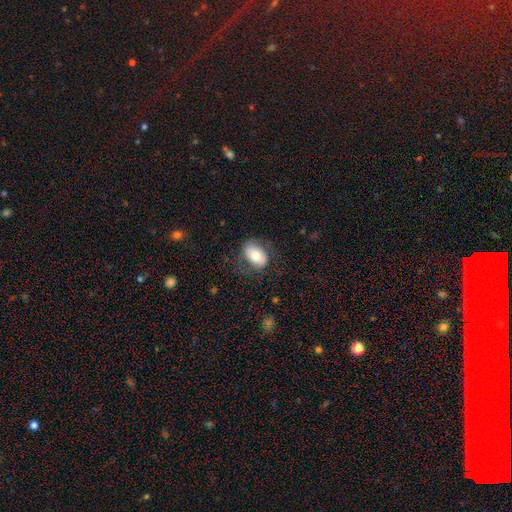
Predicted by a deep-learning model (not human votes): This appears to be a smooth galaxy with no disk features (71%) that is in between round and cigar-shaped (87%). Merging: none (72%).